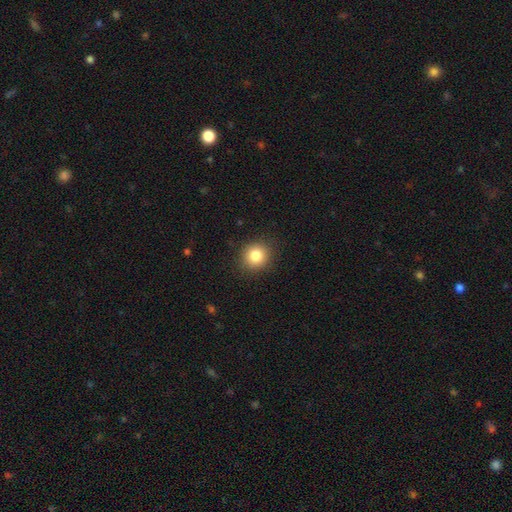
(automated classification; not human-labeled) Q: Smooth or featured?
A: smooth (83%); runner-up: star or artifact (10%)
Q: How rounded?
A: round (86%); runner-up: in between (13%)
Q: Merging?
A: none (89%); runner-up: minor disturbance (7%)